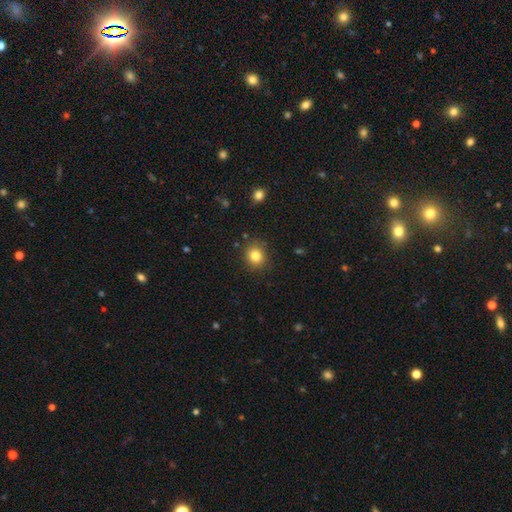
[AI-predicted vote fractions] Smooth or featured? Predicted: smooth (p=0.83). How rounded? Predicted: round (p=0.79). Merging? Predicted: none (p=0.86).